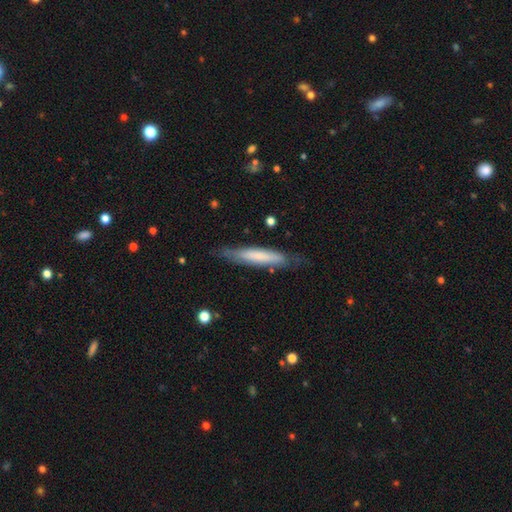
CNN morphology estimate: smooth_or_featured: smooth (p=0.58) [alt: featured or disk p=0.36]
how_rounded: cigar-shaped (p=0.90) [alt: in between p=0.09]
merging: none (p=0.79) [alt: minor disturbance p=0.16]